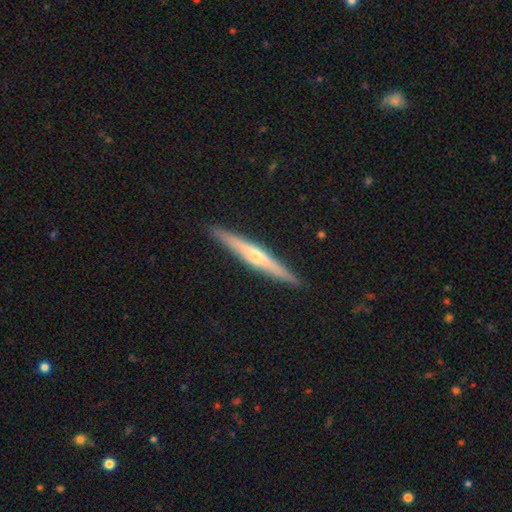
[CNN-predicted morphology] A featured or disk galaxy (72%) viewed edge-on (97%) with a rounded central bulge (81%).

Vote fractions:
- Smooth or featured? featured or disk: 72% / smooth: 23% / star or artifact: 5%
- Edge-on disk? yes: 97% / no: 3%
- Edge-on bulge? rounded: 81% / none: 15% / boxy: 3%
- Merging? none: 92% / minor disturbance: 6% / major disturbance: 1% / merger: 1%